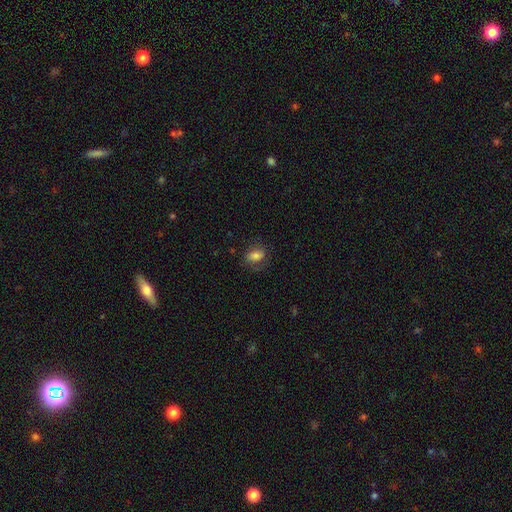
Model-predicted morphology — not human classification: Smooth or featured: smooth — 71% (featured or disk — 20%)
How rounded: in between — 75% (round — 23%)
Merging: none — 69% (minor disturbance — 19%)